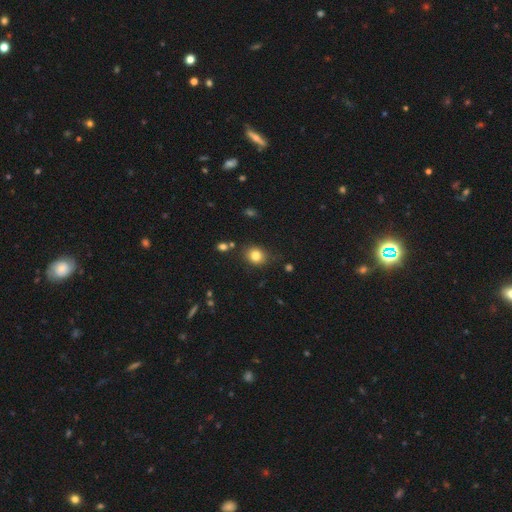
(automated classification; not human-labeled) smooth_or_featured: smooth (p=0.81) [alt: star or artifact p=0.12]
how_rounded: round (p=0.67) [alt: in between p=0.32]
merging: none (p=0.83) [alt: minor disturbance p=0.11]